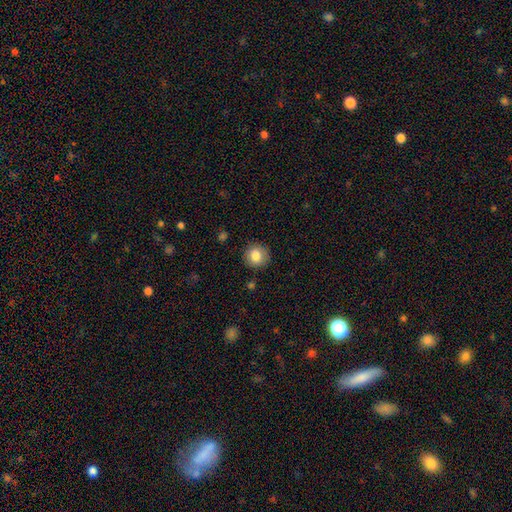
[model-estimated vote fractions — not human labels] smooth 83%, star or artifact 9%, featured or disk 8%. Down the decision tree: how rounded — round (91%); merging — none (89%).